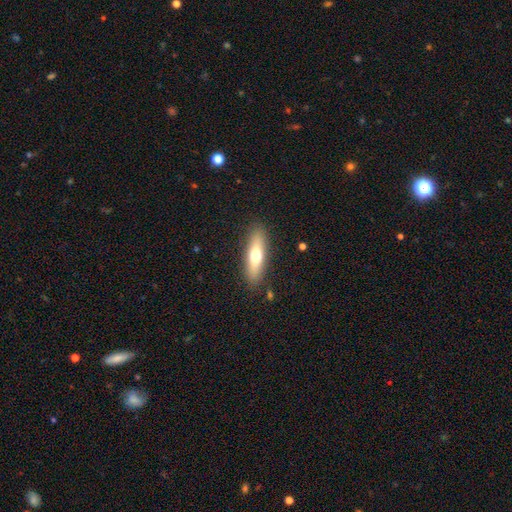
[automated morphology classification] Overall: smooth (63%; featured or disk 31%). How rounded: cigar-shaped (63%; in between 34%). Merging: none (87%).